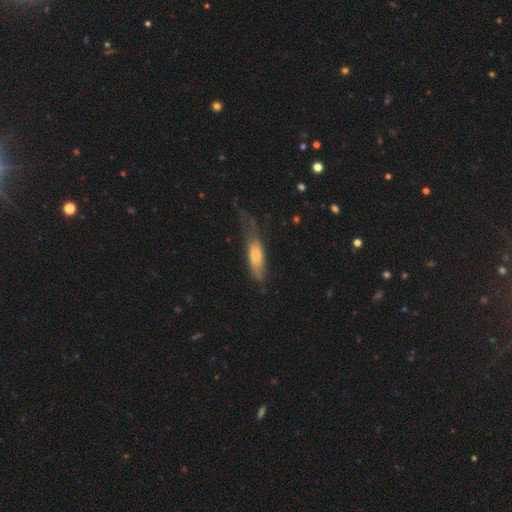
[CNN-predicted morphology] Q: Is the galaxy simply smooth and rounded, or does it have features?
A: smooth — 67%.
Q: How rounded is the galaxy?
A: cigar-shaped — 50%.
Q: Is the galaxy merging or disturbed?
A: major disturbance — 38%.